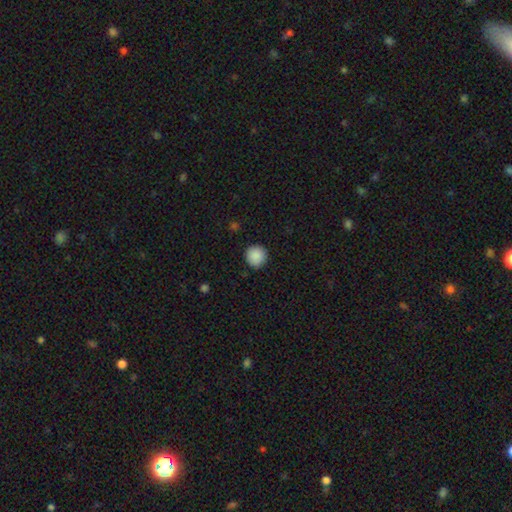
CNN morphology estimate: Smooth or featured?
  - smooth: 89% *
  - star or artifact: 8%
  - featured or disk: 3%
How rounded?
  - round: 95% *
  - in between: 4%
  - cigar-shaped: 1%
Merging?
  - none: 90% *
  - minor disturbance: 7%
  - major disturbance: 2%
  - merger: 1%